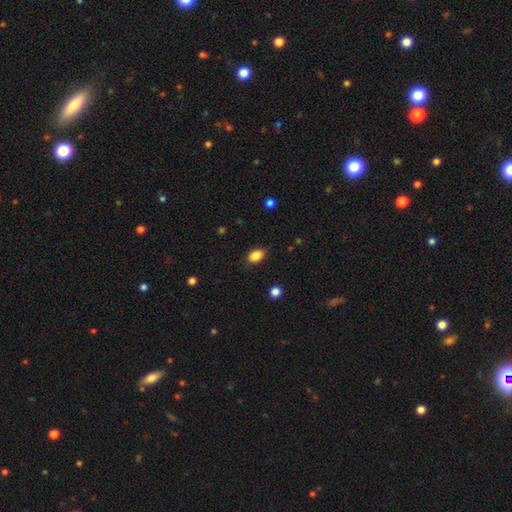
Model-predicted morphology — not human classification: Q: Smooth or featured?
A: smooth (87%); runner-up: star or artifact (9%)
Q: How rounded?
A: in between (83%); runner-up: round (15%)
Q: Merging?
A: none (84%); runner-up: minor disturbance (13%)